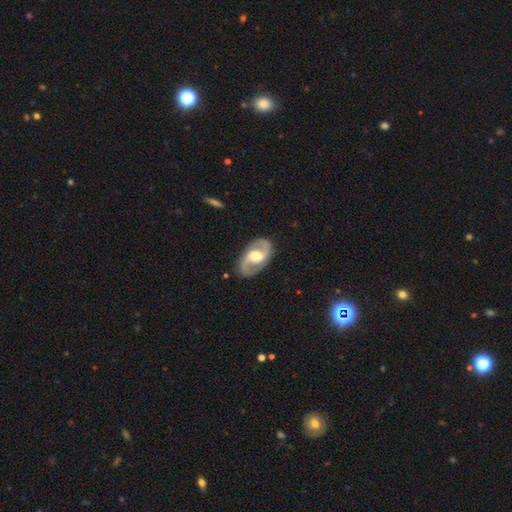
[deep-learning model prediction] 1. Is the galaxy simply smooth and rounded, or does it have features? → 87% featured or disk, 9% smooth, 4% star or artifact.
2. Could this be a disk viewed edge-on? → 97% no, 3% yes.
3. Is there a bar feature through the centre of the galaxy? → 48% weak, 28% no, 24% strong.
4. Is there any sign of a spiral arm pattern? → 94% yes, 6% no.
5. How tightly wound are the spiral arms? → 55% medium, 27% loose, 18% tight.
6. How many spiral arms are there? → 93% 2, 3% can't tell, 1% 1, 1% 3, 1% 4, 1% more than 4.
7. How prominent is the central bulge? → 67% moderate, 16% large, 15% small, 2% none, 1% dominant.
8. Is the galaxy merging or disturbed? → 85% none, 11% minor disturbance, 3% major disturbance, 1% merger.